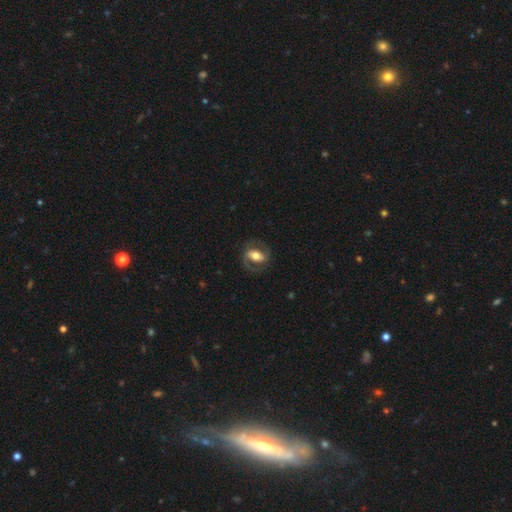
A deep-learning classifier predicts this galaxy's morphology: Overall: featured or disk (75%). Edge-on disk: no (95%). Bar: strong (42%; weak 33%). Spiral arms: yes (87%). Spiral arm count: 2 (86%). Spiral winding: medium (51%; tight 26%). Bulge size: moderate (63%). Merging: none (75%).